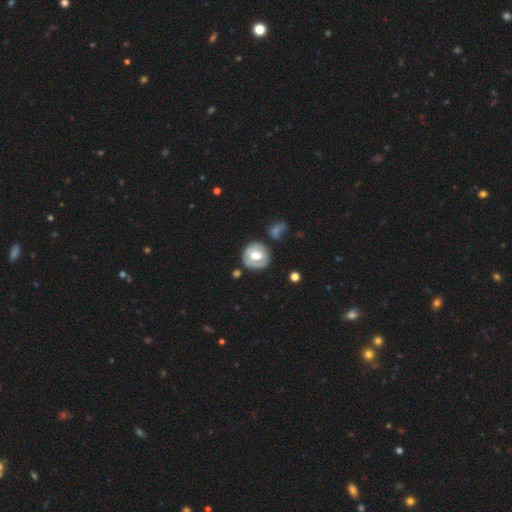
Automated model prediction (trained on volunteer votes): A featured or disk galaxy (48%).

Vote fractions:
- Smooth or featured? featured or disk: 48% / smooth: 46% / star or artifact: 6%
- Merging? none: 69% / minor disturbance: 19% / major disturbance: 6% / merger: 6%